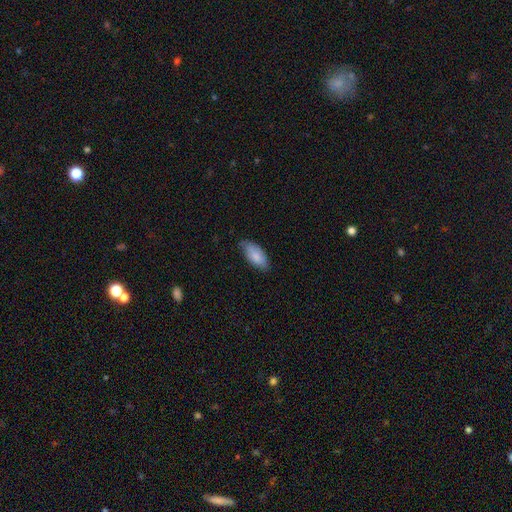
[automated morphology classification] smooth 82%, featured or disk 12%, star or artifact 6%. Down the decision tree: how rounded — in between (90%); merging — none (65%).